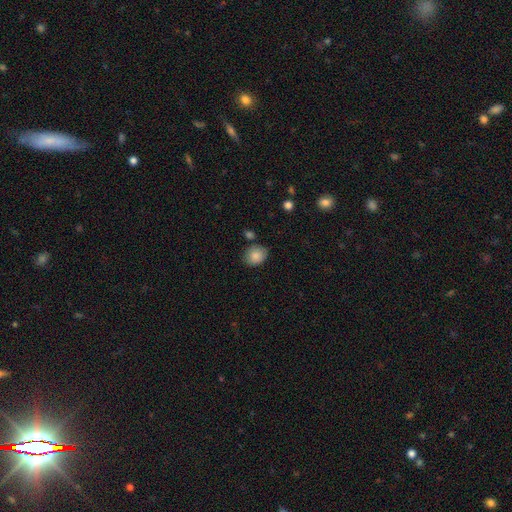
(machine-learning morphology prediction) Q: Smooth or featured?
A: smooth (86%); runner-up: star or artifact (8%)
Q: How rounded?
A: round (55%); runner-up: in between (44%)
Q: Merging?
A: none (76%); runner-up: minor disturbance (15%)